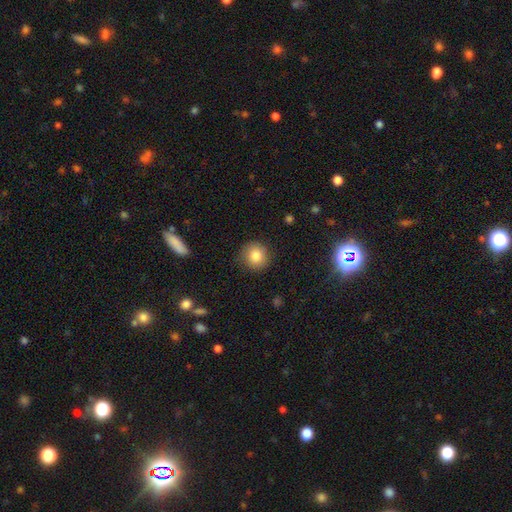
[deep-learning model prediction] A smooth galaxy with no disk features (82%) that is round (92%).

Vote fractions:
- Smooth or featured? smooth: 82% / star or artifact: 10% / featured or disk: 8%
- How rounded? round: 92% / in between: 7% / cigar-shaped: 1%
- Merging? none: 86% / minor disturbance: 10% / major disturbance: 3% / merger: 1%